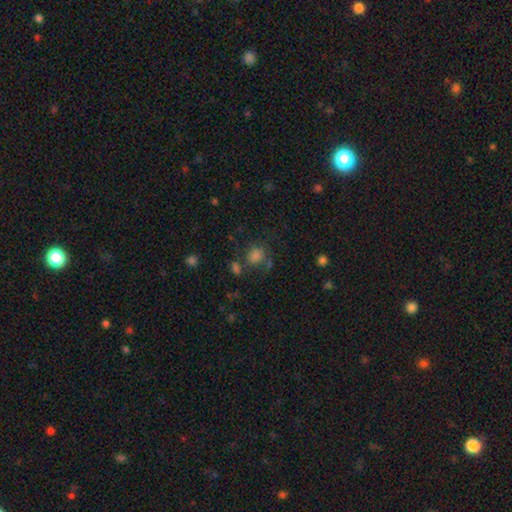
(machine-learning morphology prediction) smooth_or_featured: smooth (p=0.69) [alt: star or artifact p=0.21]
how_rounded: round (p=0.78) [alt: in between p=0.21]
merging: none (p=0.62) [alt: minor disturbance p=0.15]